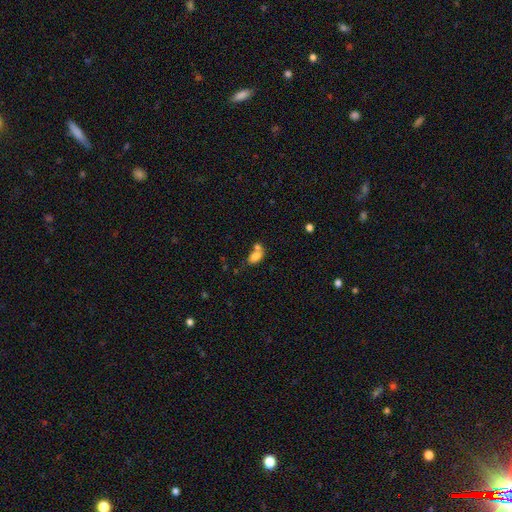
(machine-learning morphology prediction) The model was most divided on "merging": merger: 54%, none: 27%, minor disturbance: 11%, major disturbance: 7%. More confident: how rounded — in between (83%); smooth or featured — smooth (76%).